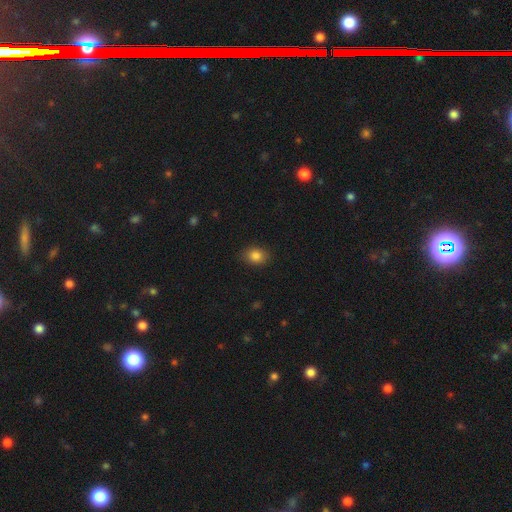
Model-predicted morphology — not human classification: The model was most divided on "how rounded": in between: 64%, round: 35%, cigar-shaped: 1%. More confident: merging — none (86%); smooth or featured — smooth (84%).